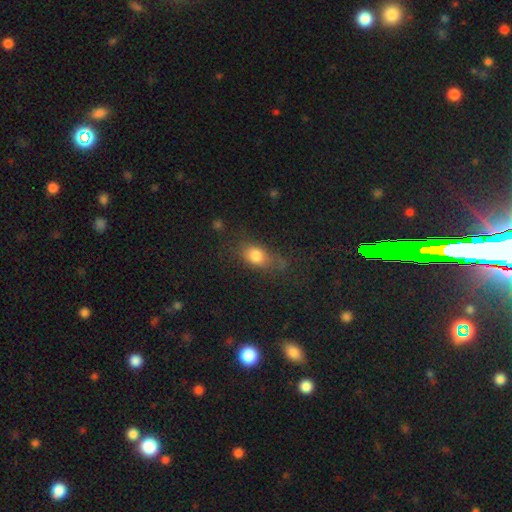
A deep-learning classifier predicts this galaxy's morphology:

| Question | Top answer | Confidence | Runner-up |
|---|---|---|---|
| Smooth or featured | smooth | 78% | featured or disk (11%) |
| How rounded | in between | 70% | round (24%) |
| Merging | none | 58% | minor disturbance (25%) |